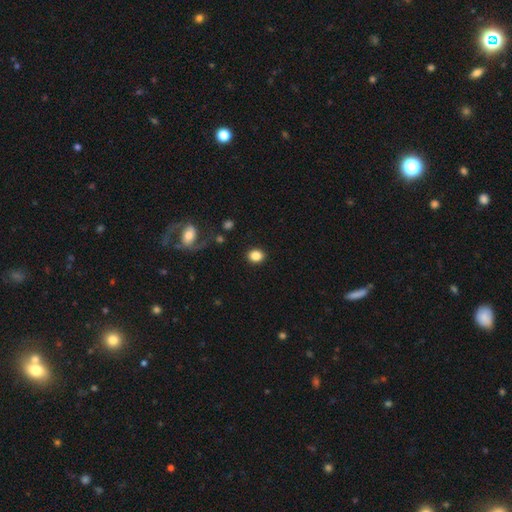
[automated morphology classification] smooth_or_featured: smooth (p=0.85) [alt: star or artifact p=0.09]
how_rounded: round (p=0.57) [alt: in between p=0.42]
merging: none (p=0.89) [alt: minor disturbance p=0.07]